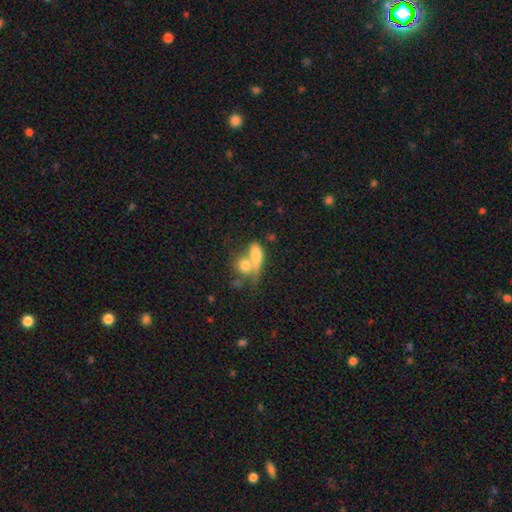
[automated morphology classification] Overall: smooth (70%). How rounded: in between (69%). Merging: merger (64%).